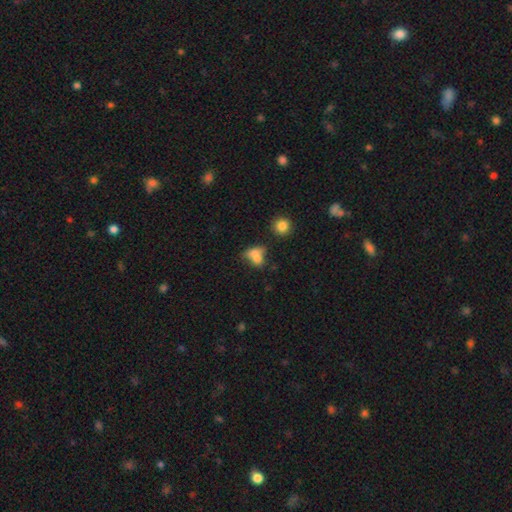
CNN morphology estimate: type=smooth (69%); roundness=in between (64%); merging=merger (43%).